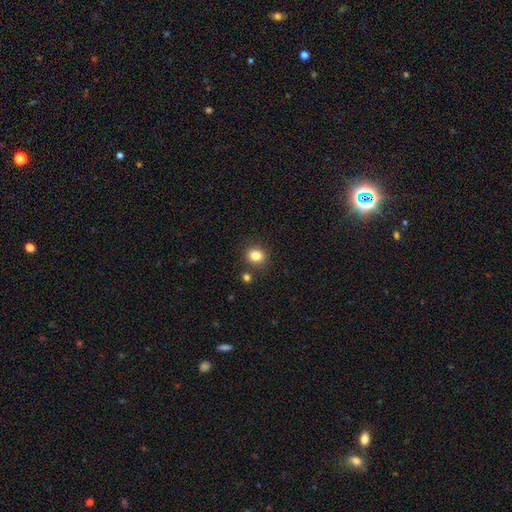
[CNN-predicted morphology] smooth_or_featured: smooth (p=0.83) [alt: star or artifact p=0.11]
how_rounded: round (p=0.73) [alt: in between p=0.26]
merging: none (p=0.84) [alt: minor disturbance p=0.09]